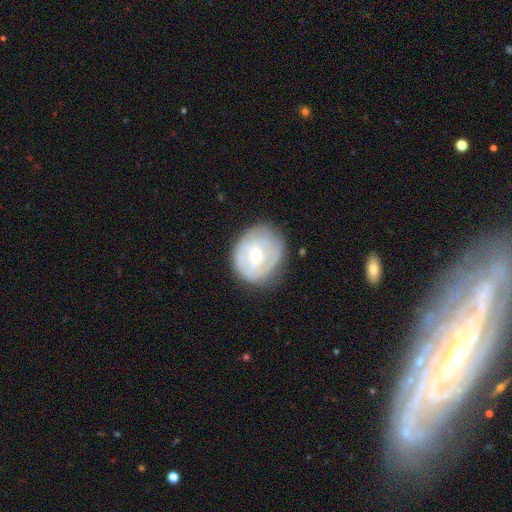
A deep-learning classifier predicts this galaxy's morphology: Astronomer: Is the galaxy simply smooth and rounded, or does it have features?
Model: featured or disk — 60%.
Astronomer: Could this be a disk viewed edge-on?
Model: no — 96%.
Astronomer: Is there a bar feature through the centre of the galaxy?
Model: weak — 43%, tied with no at 43%.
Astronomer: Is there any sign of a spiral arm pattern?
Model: yes — 65%.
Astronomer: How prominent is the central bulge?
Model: small — 54% (runner-up: moderate, 43%).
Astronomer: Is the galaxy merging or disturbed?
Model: none — 70%.